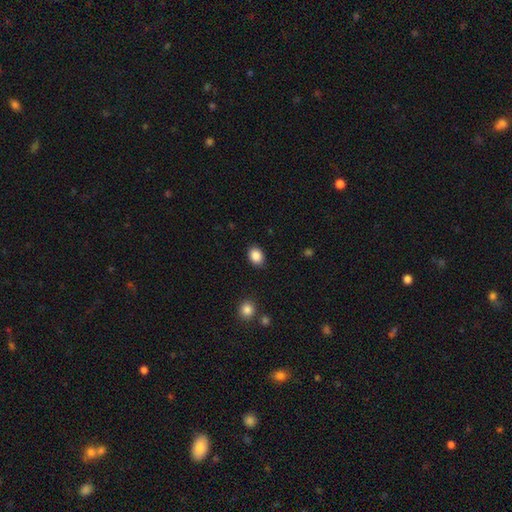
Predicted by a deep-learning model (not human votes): This is clearly a smooth galaxy (88%). How rounded: likely in between (61%). Merging: clearly none (87%).